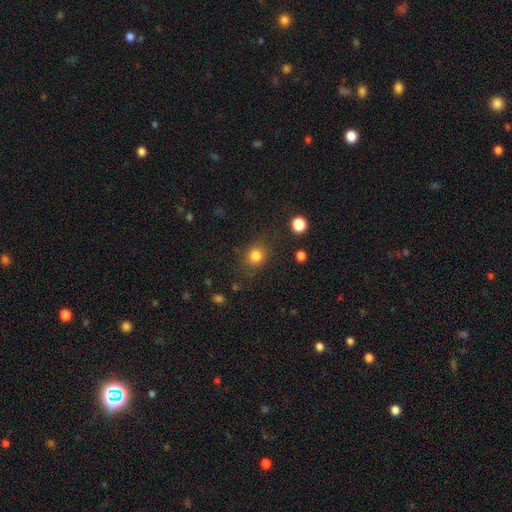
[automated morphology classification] This appears to be a smooth galaxy with no disk features (83%) that is round (77%). Merging: none (83%).